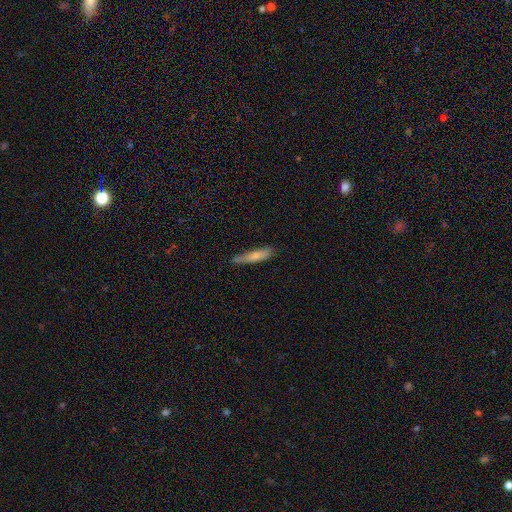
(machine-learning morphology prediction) The model was most divided on "merging": none: 69%, minor disturbance: 24%, major disturbance: 4%, merger: 3%. More confident: how rounded — cigar-shaped (84%); smooth or featured — smooth (76%).